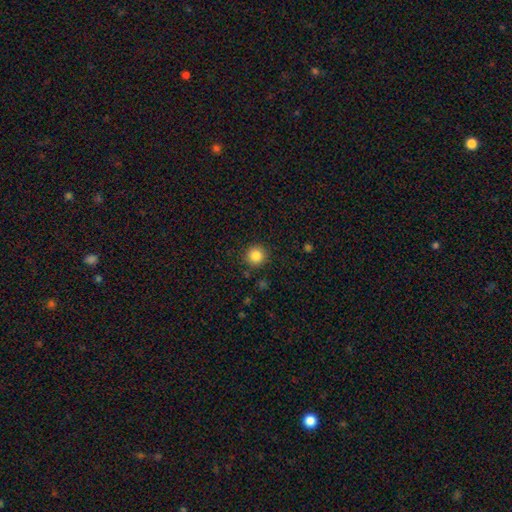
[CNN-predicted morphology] smooth-or-featured: smooth: 85% | star or artifact: 10% | featured or disk: 4%
  how-rounded: round: 95% | in between: 4% | cigar-shaped: 1%
  merging: none: 90% | minor disturbance: 6% | major disturbance: 2% | merger: 1%